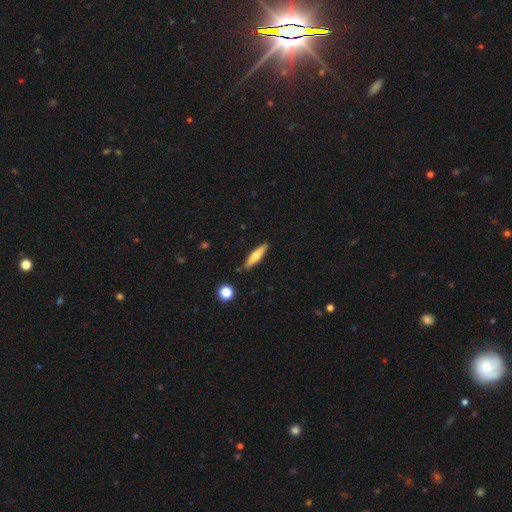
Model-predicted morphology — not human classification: This appears to be a featured or disk galaxy (48%). Merging: none (88%).